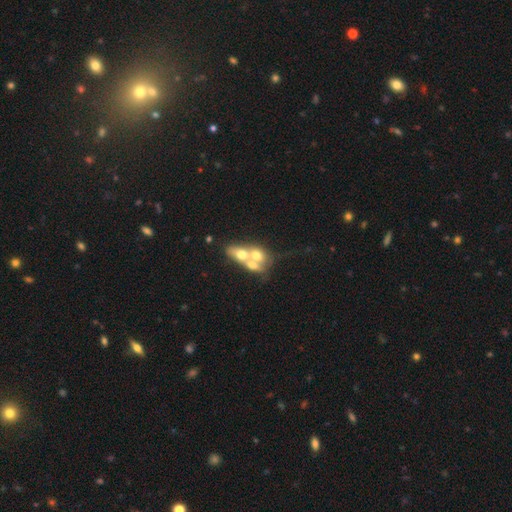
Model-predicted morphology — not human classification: Overall: featured or disk (44%; smooth 42%). Merging: merger (67%).